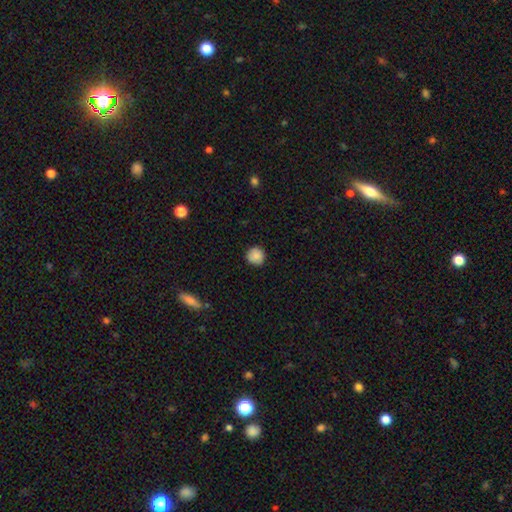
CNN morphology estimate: A smooth galaxy with no disk features (87%) that is round (93%).

Vote fractions:
- Smooth or featured? smooth: 87% / star or artifact: 9% / featured or disk: 4%
- How rounded? round: 93% / in between: 6% / cigar-shaped: 1%
- Merging? none: 89% / minor disturbance: 8% / major disturbance: 2% / merger: 1%